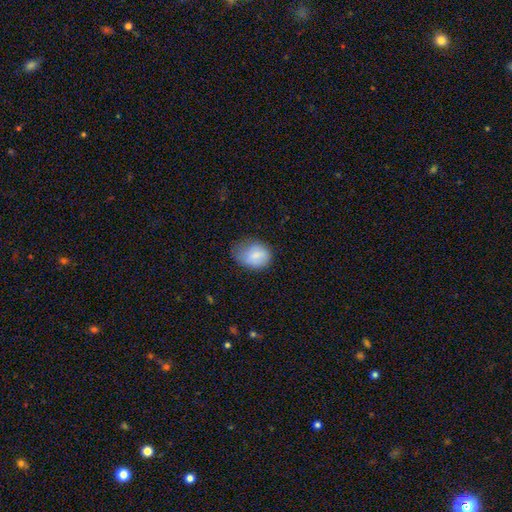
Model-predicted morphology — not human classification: This is clearly a smooth galaxy (82%). How rounded: likely in between (64%). Merging: marginally none (42%).